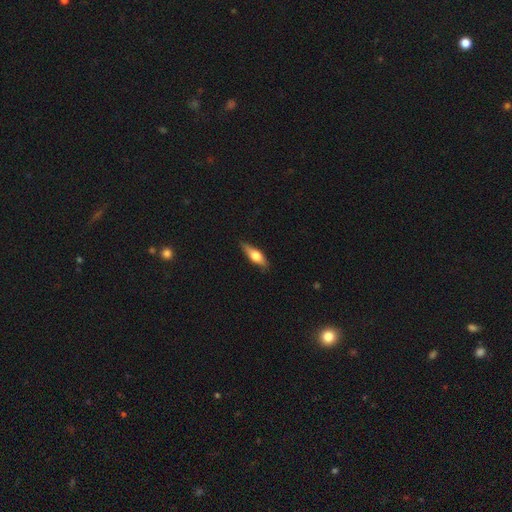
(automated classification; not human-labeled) This is possibly a smooth galaxy (53%). How rounded: possibly in between (49%). Merging: clearly none (83%).